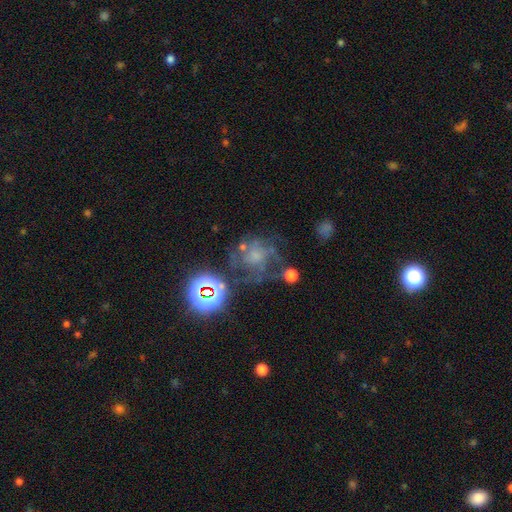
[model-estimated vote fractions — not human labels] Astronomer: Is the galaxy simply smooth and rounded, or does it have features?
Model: featured or disk — 47% (runner-up: smooth, 29%).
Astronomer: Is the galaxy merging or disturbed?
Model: none — 45% (runner-up: major disturbance, 27%).